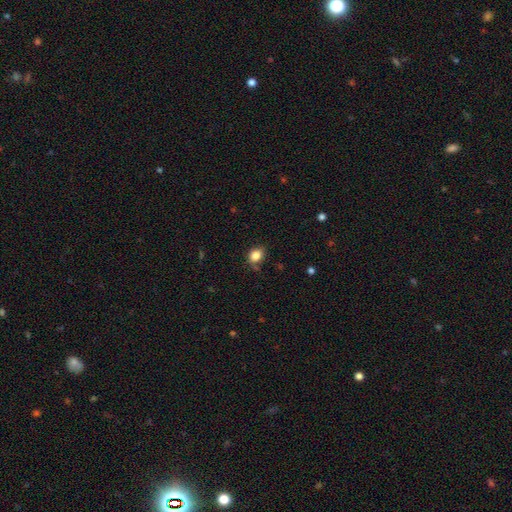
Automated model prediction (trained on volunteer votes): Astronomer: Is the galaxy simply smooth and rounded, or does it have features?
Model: smooth — 84%.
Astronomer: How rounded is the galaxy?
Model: in between — 52% (runner-up: round, 47%).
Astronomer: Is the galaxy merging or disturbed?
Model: none — 76%.